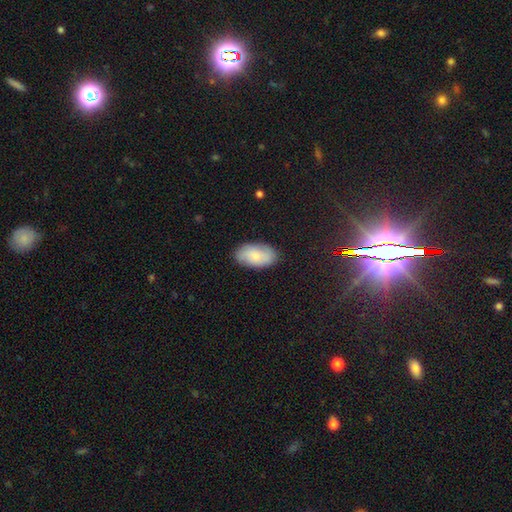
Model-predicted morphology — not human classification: smooth-or-featured: smooth: 72% | featured or disk: 21% | star or artifact: 7%
  how-rounded: in between: 95% | round: 4% | cigar-shaped: 2%
  merging: none: 84% | minor disturbance: 12% | major disturbance: 3% | merger: 1%